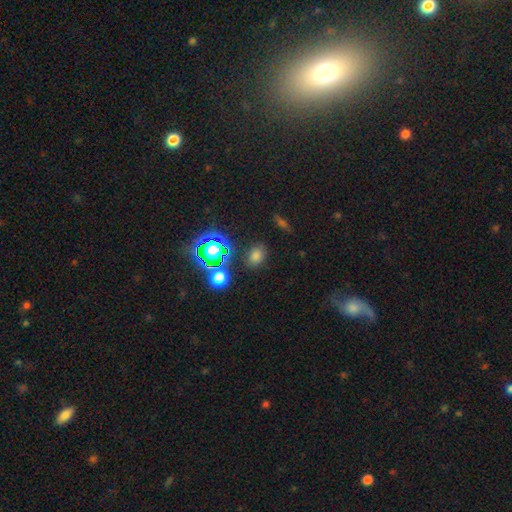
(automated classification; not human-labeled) Smooth or featured: smooth — 69% (star or artifact — 24%)
How rounded: in between — 59% (round — 39%)
Merging: none — 80% (minor disturbance — 12%)